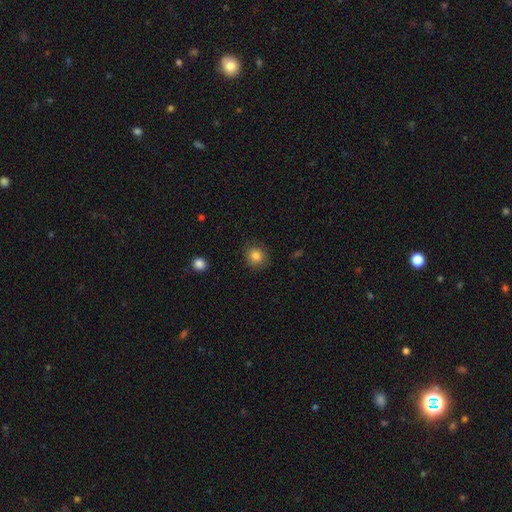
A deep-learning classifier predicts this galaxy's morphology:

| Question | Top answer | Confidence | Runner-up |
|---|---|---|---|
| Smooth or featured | smooth | 84% | star or artifact (11%) |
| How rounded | round | 88% | in between (11%) |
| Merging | none | 88% | minor disturbance (8%) |